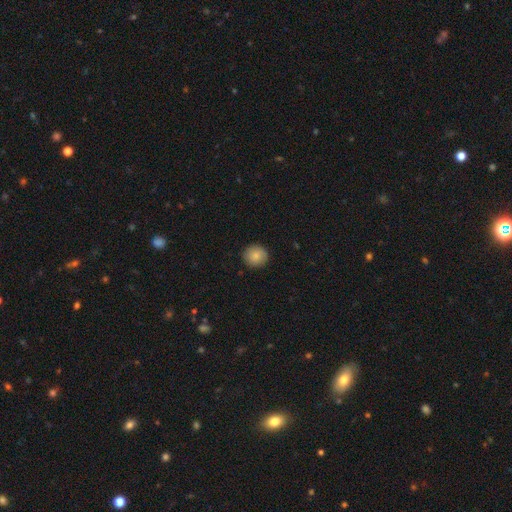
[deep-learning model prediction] A smooth galaxy with no disk features (85%) that is round (92%). Merging: none (90%).